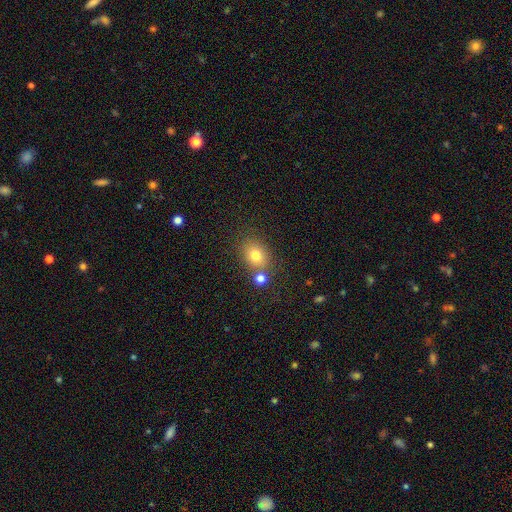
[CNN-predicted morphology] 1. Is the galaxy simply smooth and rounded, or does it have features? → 77% smooth, 13% star or artifact, 10% featured or disk.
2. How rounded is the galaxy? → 53% round, 46% in between, 1% cigar-shaped.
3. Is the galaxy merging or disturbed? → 66% none, 19% merger, 12% minor disturbance, 4% major disturbance.